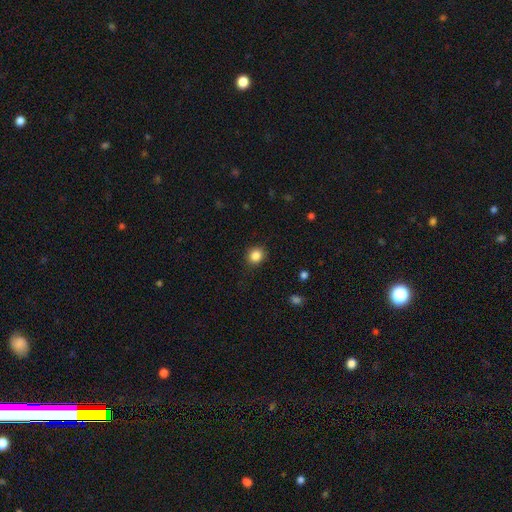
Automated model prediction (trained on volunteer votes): Overall: smooth (85%). How rounded: round (76%). Merging: none (88%).